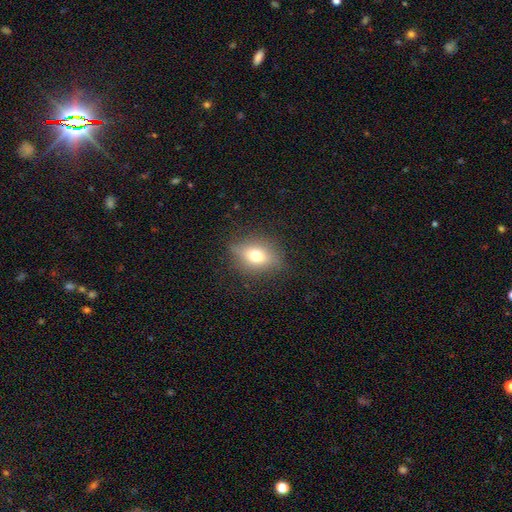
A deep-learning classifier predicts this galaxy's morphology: Smooth or featured? Predicted: smooth (p=0.65). How rounded? Predicted: in between (p=0.57). Merging? Predicted: none (p=0.79).